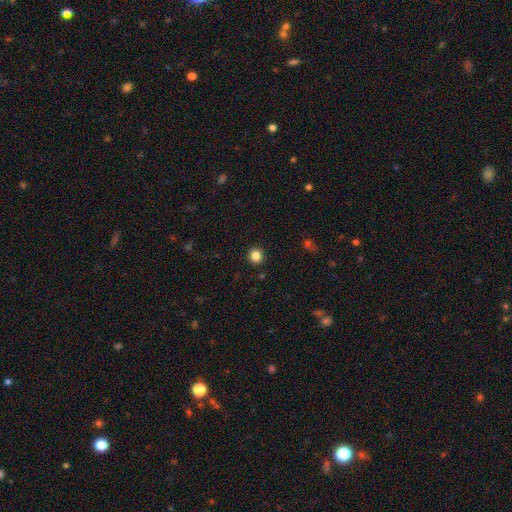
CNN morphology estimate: Q: Smooth or featured?
A: smooth (84%); runner-up: star or artifact (11%)
Q: How rounded?
A: round (93%); runner-up: in between (6%)
Q: Merging?
A: none (93%); runner-up: minor disturbance (5%)